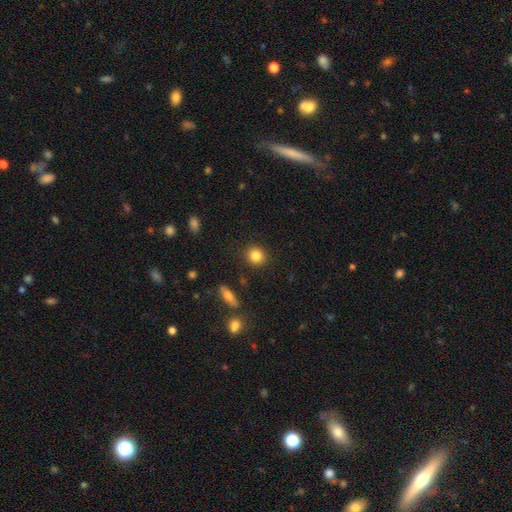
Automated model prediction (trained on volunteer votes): This is clearly a smooth galaxy (85%). How rounded: clearly round (83%). Merging: clearly none (89%).